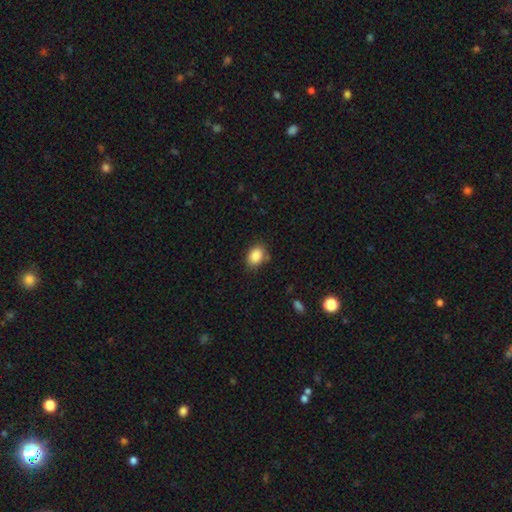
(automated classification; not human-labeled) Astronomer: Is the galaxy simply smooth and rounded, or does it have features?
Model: smooth — 88%.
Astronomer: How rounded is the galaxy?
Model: in between — 76%.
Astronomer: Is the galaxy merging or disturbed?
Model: none — 78%.